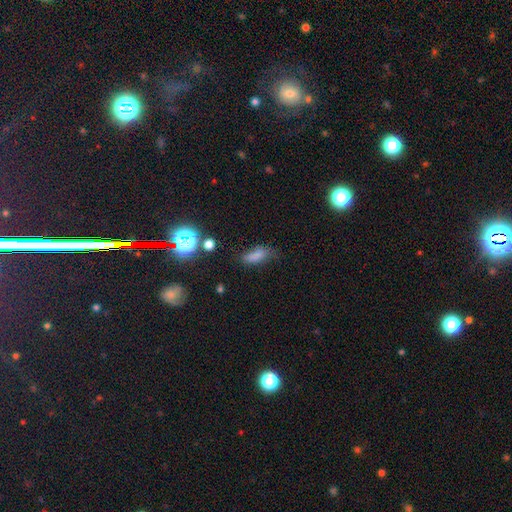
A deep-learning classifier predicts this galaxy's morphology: Smooth or featured? Predicted: smooth (p=0.74). How rounded? Predicted: in between (p=0.72). Merging? Predicted: none (p=0.51).